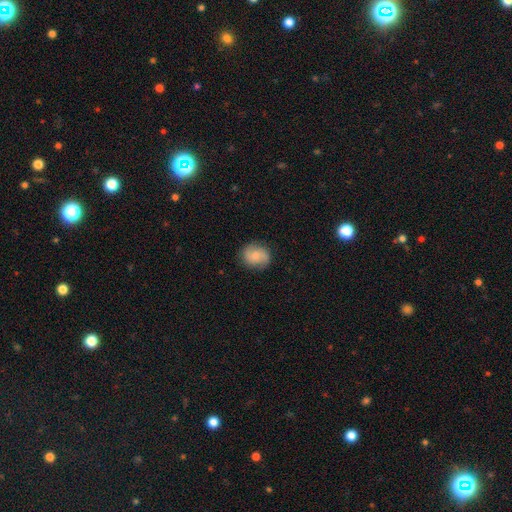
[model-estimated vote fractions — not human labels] smooth-or-featured: smooth: 51% | featured or disk: 41% | star or artifact: 8%
  how-rounded: round: 74% | in between: 25% | cigar-shaped: 1%
  merging: none: 82% | minor disturbance: 13% | major disturbance: 4% | merger: 1%